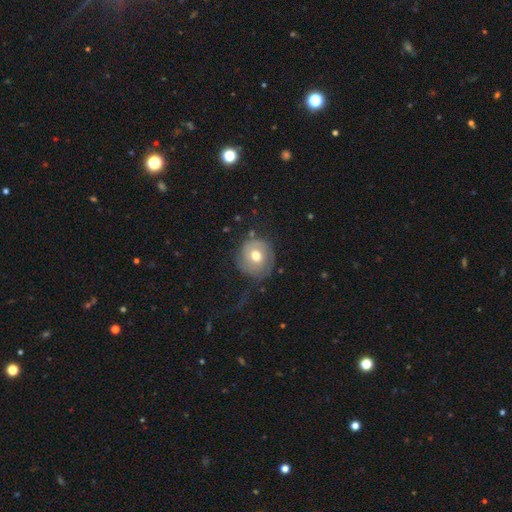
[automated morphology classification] A smooth galaxy with no disk features (55%) that is round (88%). Merging: none (62%).